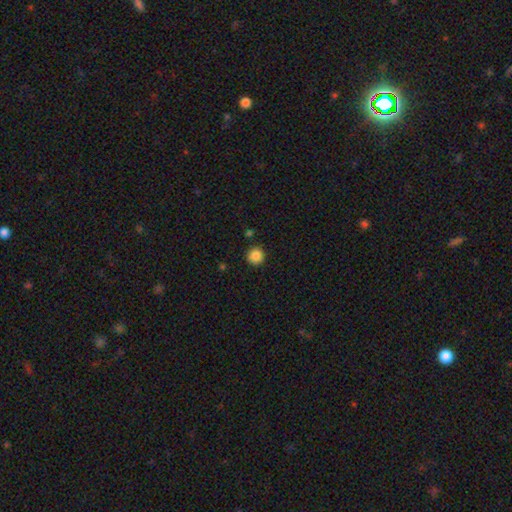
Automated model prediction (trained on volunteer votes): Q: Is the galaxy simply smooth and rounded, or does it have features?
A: smooth — 86%.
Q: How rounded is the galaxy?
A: round — 94%.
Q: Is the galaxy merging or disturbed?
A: none — 90%.